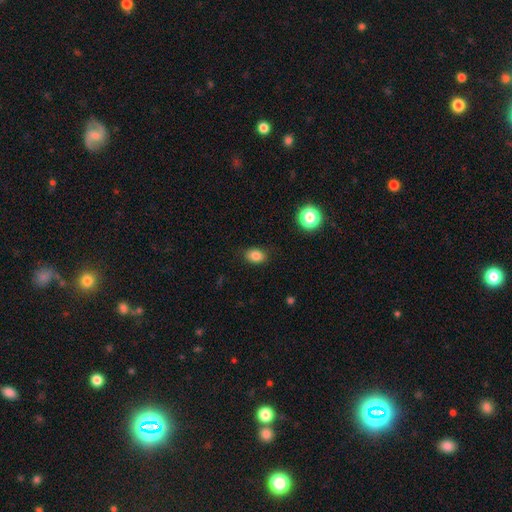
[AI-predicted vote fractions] smooth-or-featured: smooth: 84% | star or artifact: 11% | featured or disk: 6%
  how-rounded: in between: 76% | round: 23% | cigar-shaped: 1%
  merging: none: 85% | minor disturbance: 11% | major disturbance: 3% | merger: 1%